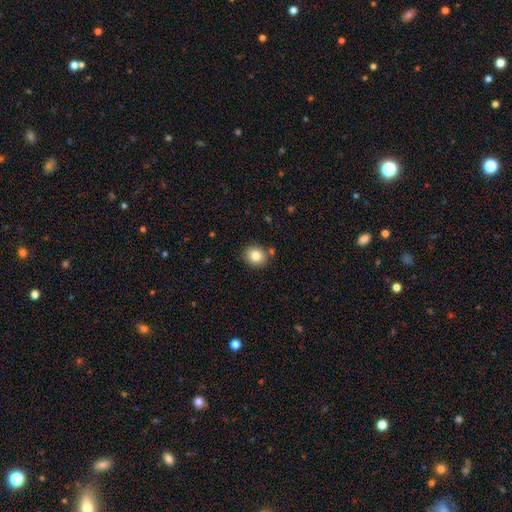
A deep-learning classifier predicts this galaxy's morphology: A smooth galaxy with no disk features (81%) that is round (78%).

Vote fractions:
- Smooth or featured? smooth: 81% / star or artifact: 10% / featured or disk: 9%
- How rounded? round: 78% / in between: 21% / cigar-shaped: 1%
- Merging? none: 83% / minor disturbance: 9% / merger: 5% / major disturbance: 2%